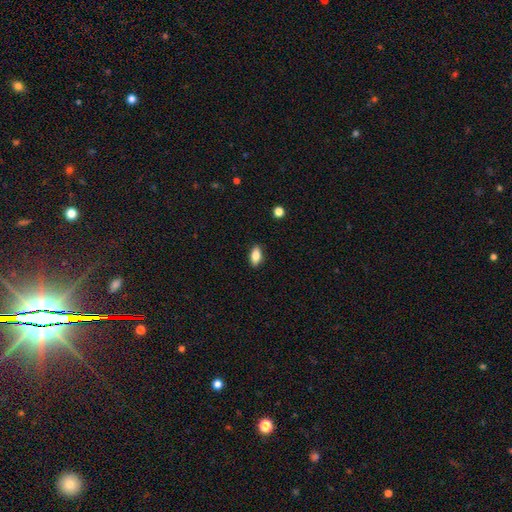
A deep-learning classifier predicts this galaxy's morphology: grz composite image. It shows a smooth galaxy with no disk features (80%) that is in between round and cigar-shaped (87%). Merging: none (88%).